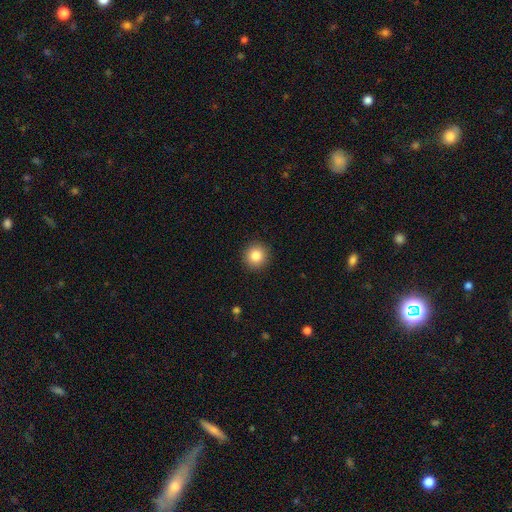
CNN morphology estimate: type=smooth (85%); roundness=round (93%); merging=none (92%).